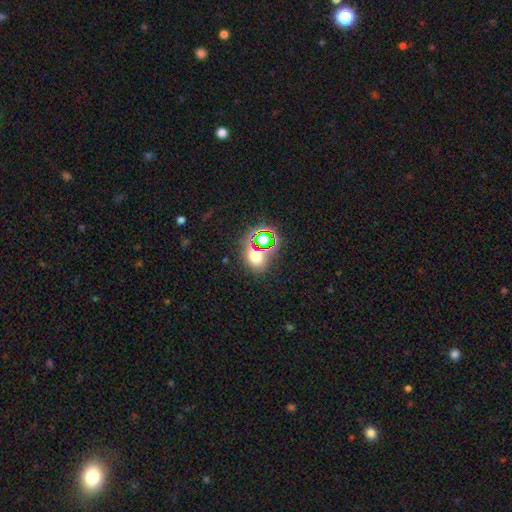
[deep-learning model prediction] smooth 56%, star or artifact 34%, featured or disk 10%. Down the decision tree: how rounded — round (55%); merging — none (66%).